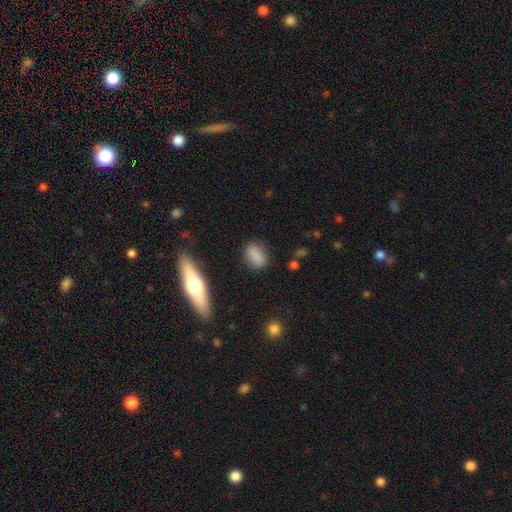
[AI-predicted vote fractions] Smooth or featured? Predicted: smooth (p=0.84). How rounded? Predicted: in between (p=0.78). Merging? Predicted: none (p=0.81).